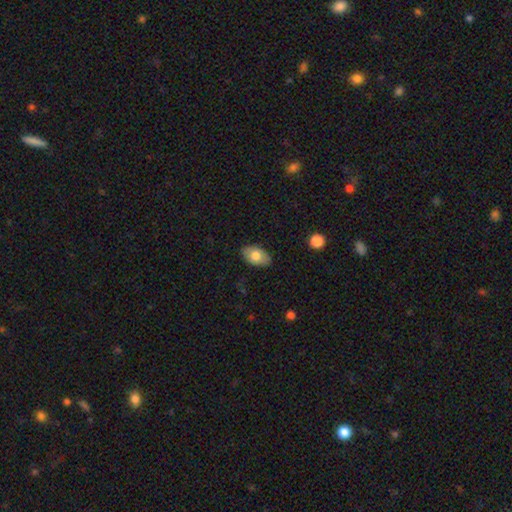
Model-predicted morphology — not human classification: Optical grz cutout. It shows a smooth galaxy with no disk features (74%) that is in between round and cigar-shaped (91%). Merging: none (85%).